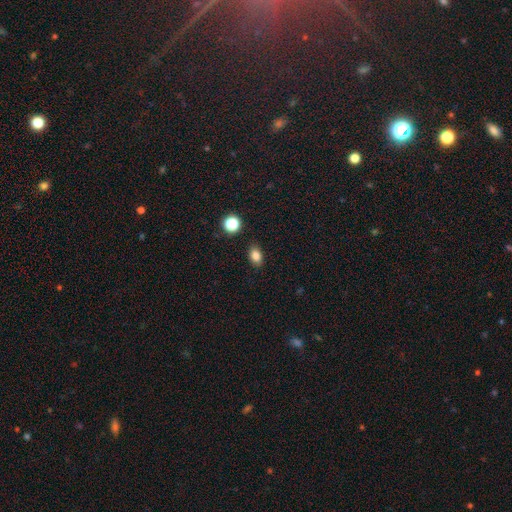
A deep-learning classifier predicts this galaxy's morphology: Q: Smooth or featured?
A: smooth (83%); runner-up: star or artifact (11%)
Q: How rounded?
A: in between (80%); runner-up: round (18%)
Q: Merging?
A: none (87%); runner-up: minor disturbance (9%)